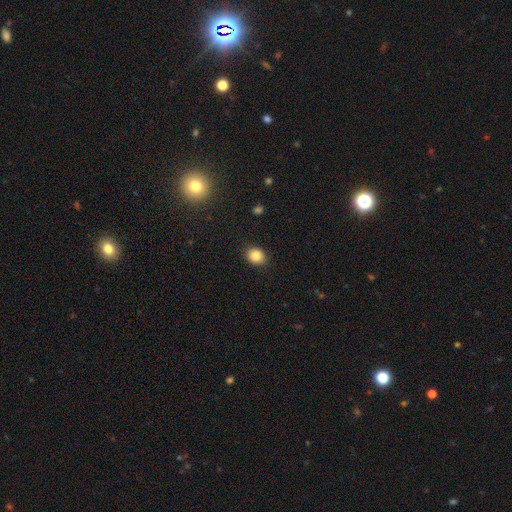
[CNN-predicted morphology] The model was most divided on "how rounded": round: 67%, in between: 32%, cigar-shaped: 1%. More confident: merging — none (89%); smooth or featured — smooth (84%).